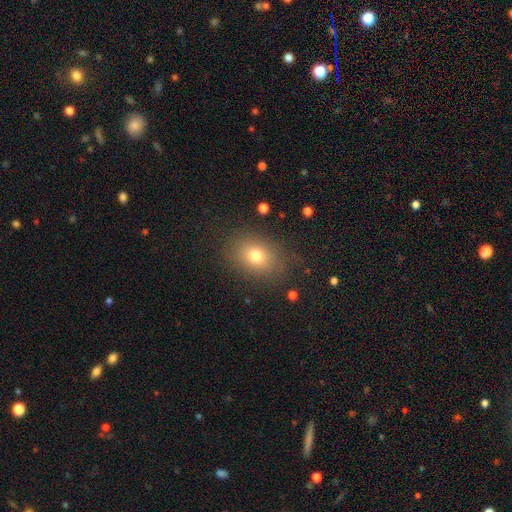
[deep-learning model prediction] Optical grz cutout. It shows a smooth galaxy with no disk features (75%) that is in between round and cigar-shaped (63%). Merging: none (83%).